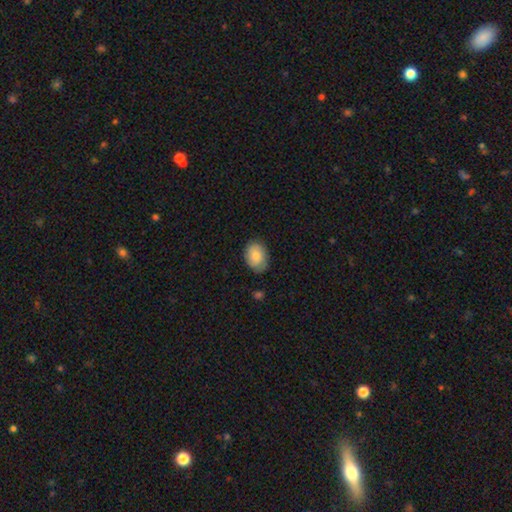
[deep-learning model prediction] A smooth galaxy with no disk features (81%) that is in between round and cigar-shaped (79%). Merging: none (81%).